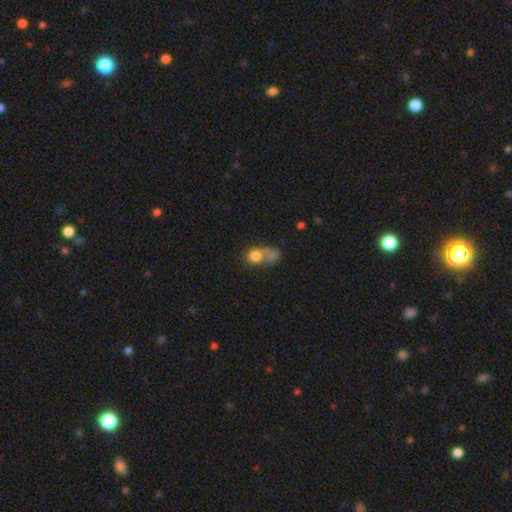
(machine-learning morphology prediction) Smooth or featured?
  - smooth: 76% *
  - featured or disk: 13%
  - star or artifact: 12%
How rounded?
  - round: 75% *
  - in between: 23%
  - cigar-shaped: 2%
Merging?
  - merger: 53% *
  - none: 28%
  - major disturbance: 10%
  - minor disturbance: 9%